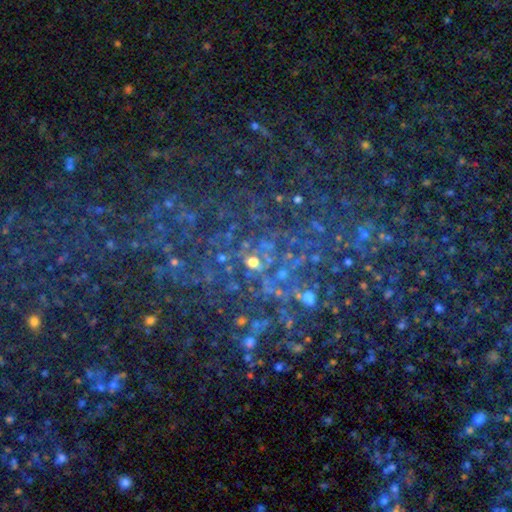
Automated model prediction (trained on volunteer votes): smooth_or_featured: star or artifact (p=0.57) [alt: featured or disk p=0.25]